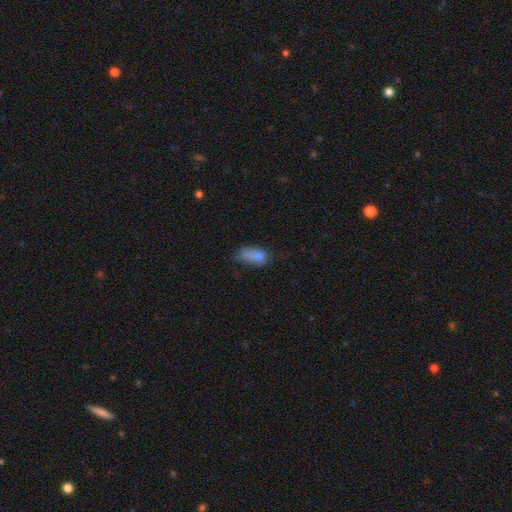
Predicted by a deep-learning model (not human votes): The model was most divided on "merging": none: 34%, minor disturbance: 33%, major disturbance: 23%, merger: 11%. More confident: how rounded — in between (85%); smooth or featured — smooth (74%).